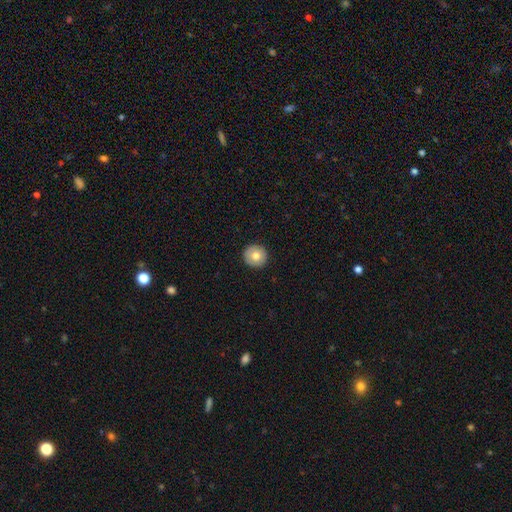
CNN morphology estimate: The model was most divided on "smooth or featured": smooth: 76%, featured or disk: 16%, star or artifact: 8%. More confident: how rounded — round (95%); merging — none (93%).